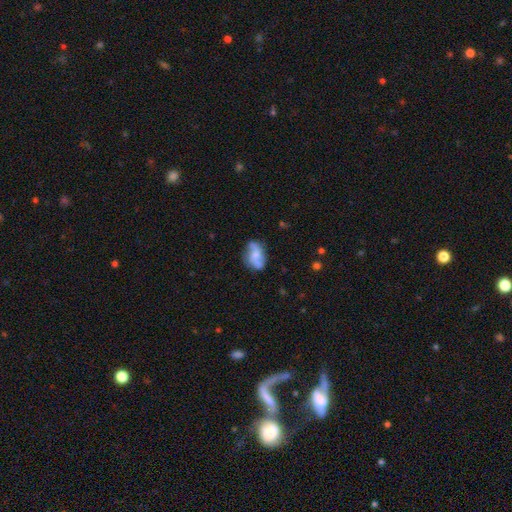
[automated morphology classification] Smooth or featured? featured or disk (52%)
Edge-on disk? no (95%)
Merging? none (60%)